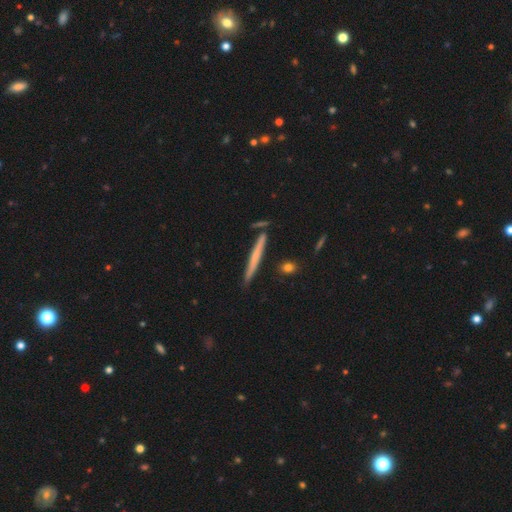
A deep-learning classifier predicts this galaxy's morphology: Smooth or featured: smooth — 51% (featured or disk — 43%)
How rounded: cigar-shaped — 97% (in between — 2%)
Merging: none — 85% (minor disturbance — 9%)